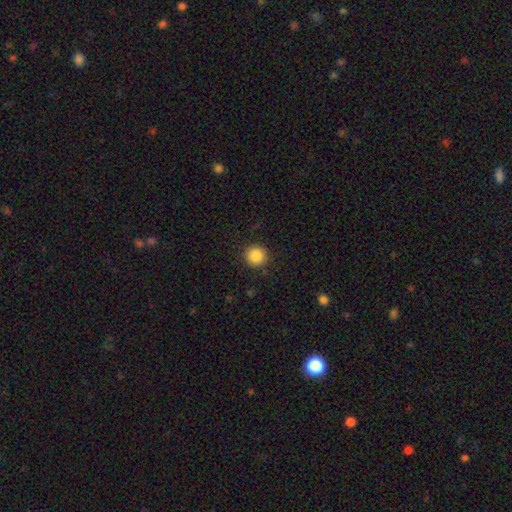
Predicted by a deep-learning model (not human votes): The model was most divided on "smooth or featured": smooth: 87%, star or artifact: 9%, featured or disk: 3%. More confident: how rounded — round (93%); merging — none (89%).